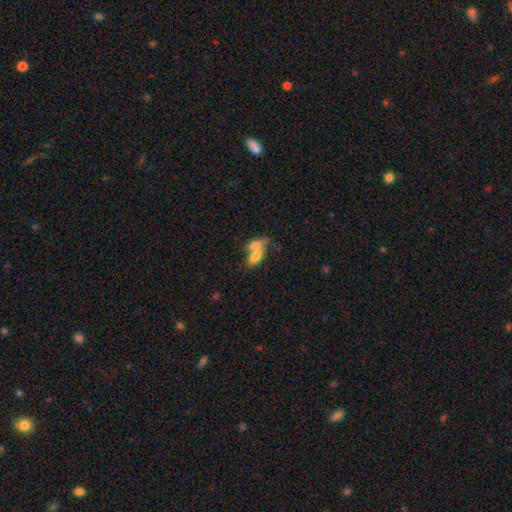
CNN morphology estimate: Smooth or featured?
  - smooth: 73% *
  - featured or disk: 19%
  - star or artifact: 8%
How rounded?
  - in between: 86% *
  - round: 7%
  - cigar-shaped: 7%
Merging?
  - merger: 68% *
  - none: 19%
  - minor disturbance: 7%
  - major disturbance: 5%